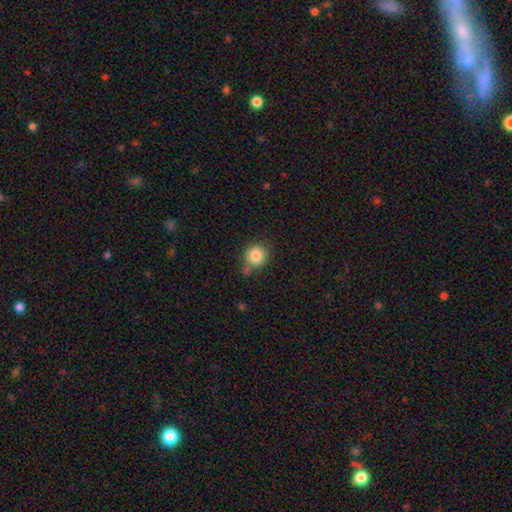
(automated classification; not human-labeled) Smooth or featured: smooth — 84% (star or artifact — 10%)
How rounded: round — 87% (in between — 12%)
Merging: none — 69% (minor disturbance — 17%)